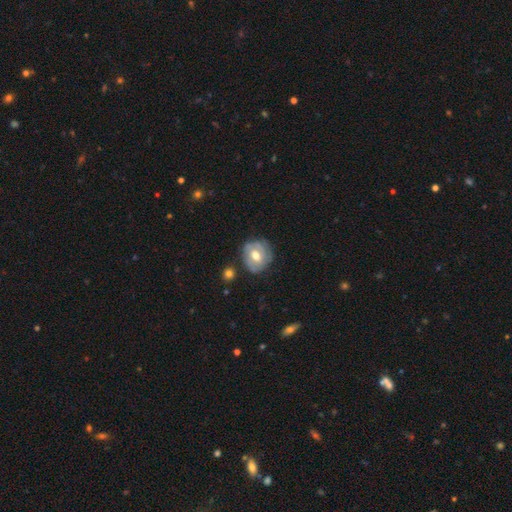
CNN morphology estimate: The model was most divided on "smooth or featured": featured or disk: 51%, smooth: 42%, star or artifact: 7%. More confident: edge-on disk — no (96%); merging — none (70%).